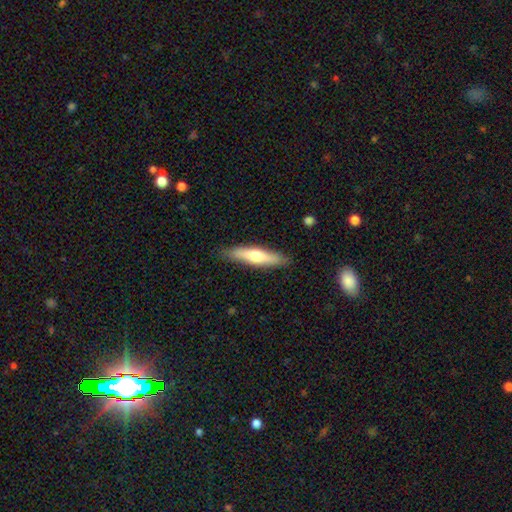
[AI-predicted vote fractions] This is possibly a smooth galaxy (55%). How rounded: clearly cigar-shaped (81%). Merging: clearly none (86%).